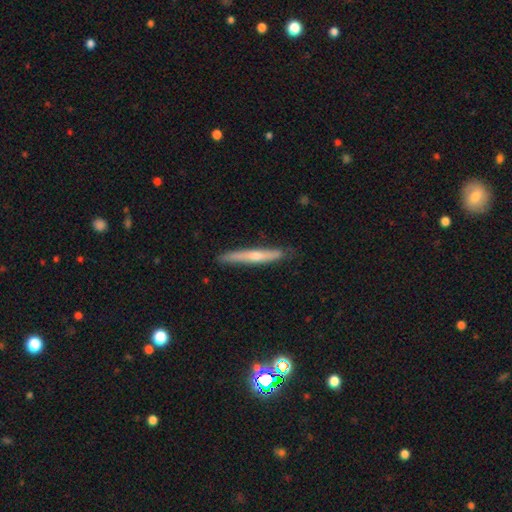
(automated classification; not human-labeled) This is possibly a featured or disk galaxy (52%). It is clearly viewed edge-on (93%). Merging: clearly none (82%).